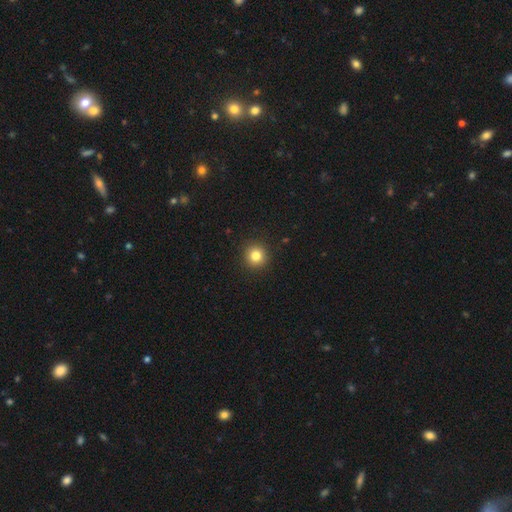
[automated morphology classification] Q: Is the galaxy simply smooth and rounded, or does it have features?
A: smooth — 82%.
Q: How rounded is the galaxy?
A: round — 94%.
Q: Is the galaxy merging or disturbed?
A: none — 92%.